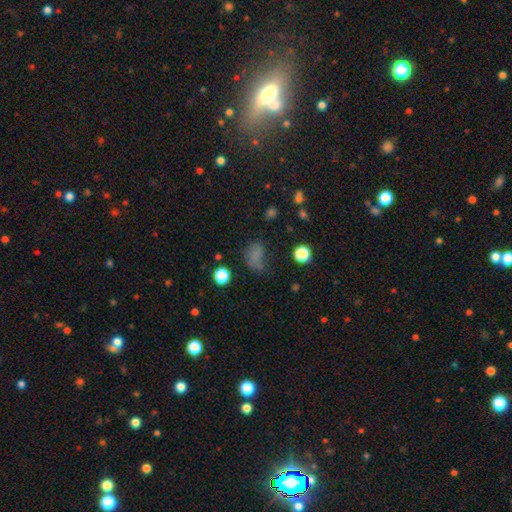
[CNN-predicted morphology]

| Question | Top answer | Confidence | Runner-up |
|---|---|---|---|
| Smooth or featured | smooth | 66% | star or artifact (23%) |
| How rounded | in between | 76% | round (22%) |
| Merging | none | 43% | minor disturbance (27%) |